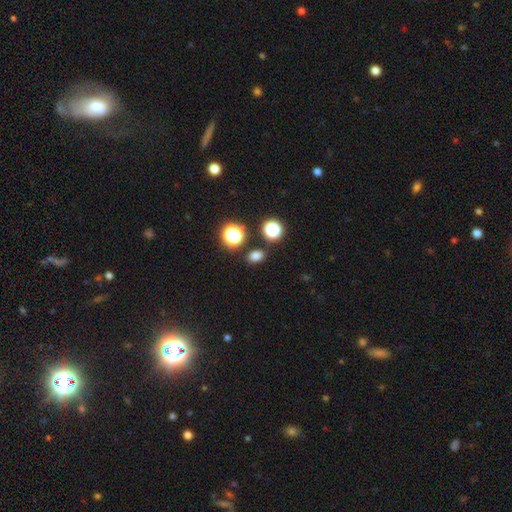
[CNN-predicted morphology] This is likely a smooth galaxy (77%). How rounded: likely in between (64%). Merging: clearly none (85%).